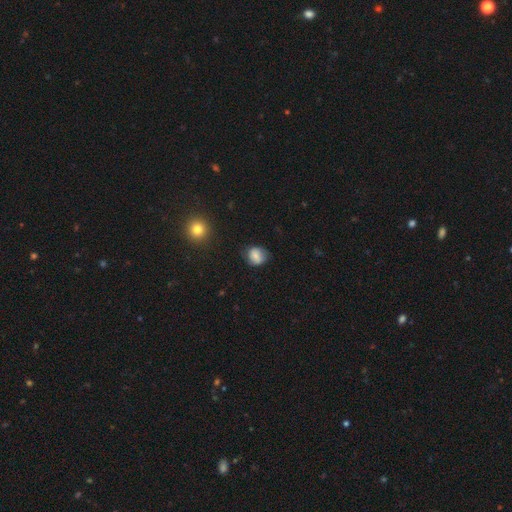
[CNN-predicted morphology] Smooth or featured? smooth (75%)
How rounded? round (70%)
Merging? none (68%)